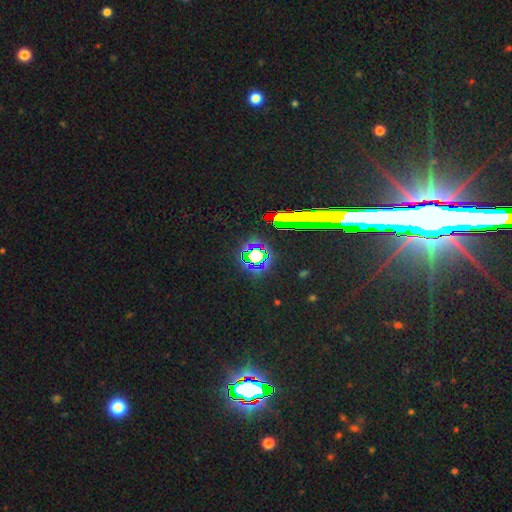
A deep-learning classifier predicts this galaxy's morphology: star or artifact 69%, smooth 21%, featured or disk 10%.